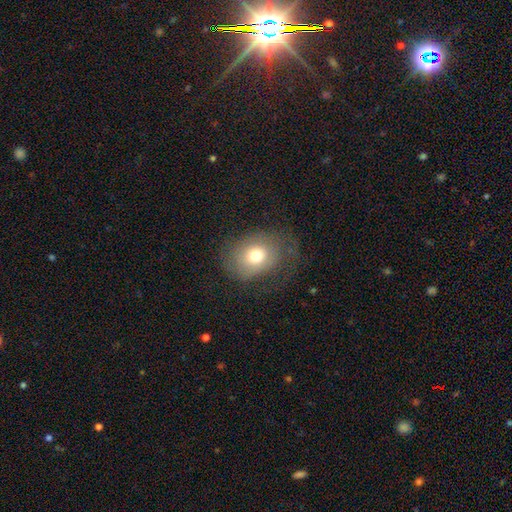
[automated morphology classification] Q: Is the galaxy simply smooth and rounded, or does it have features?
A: smooth — 70%.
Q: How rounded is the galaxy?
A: round — 50%.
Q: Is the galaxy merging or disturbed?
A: none — 61%.